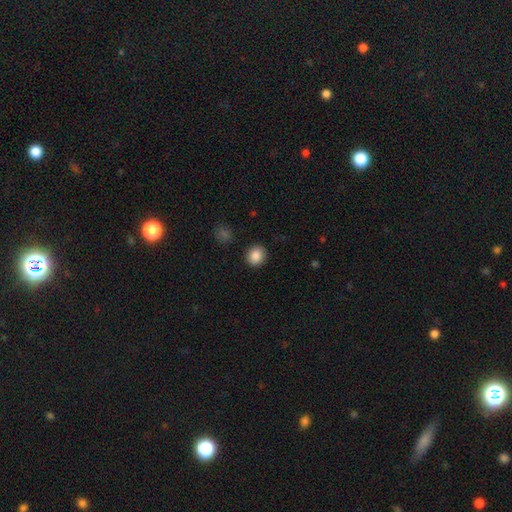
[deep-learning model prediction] A smooth galaxy with no disk features (88%) that is round (77%). Merging: none (91%).